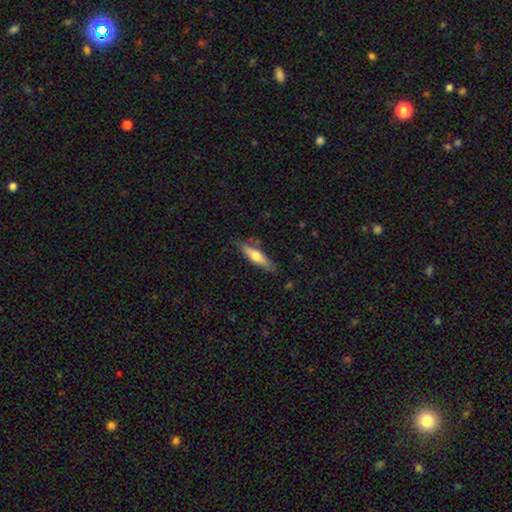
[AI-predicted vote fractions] This appears to be a smooth galaxy with no disk features (53%) that is cigar-shaped (75%). Merging: none (80%).